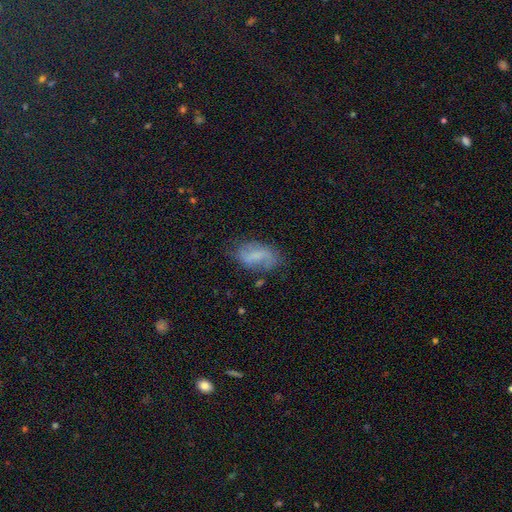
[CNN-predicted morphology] This is possibly a smooth galaxy (49%). Merging: possibly none (56%).